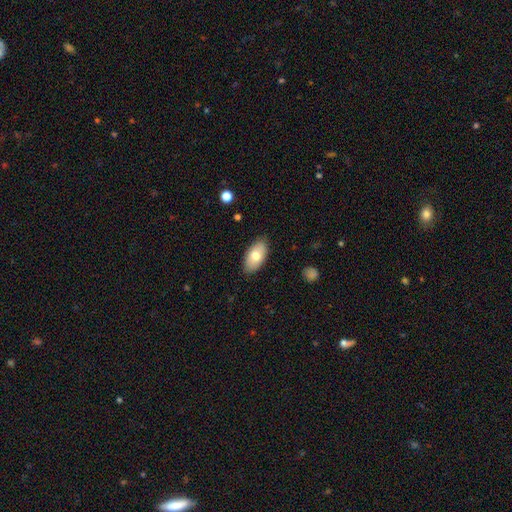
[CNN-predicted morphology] smooth 75%, featured or disk 19%, star or artifact 6%. Down the decision tree: how rounded — in between (94%); merging — none (87%).